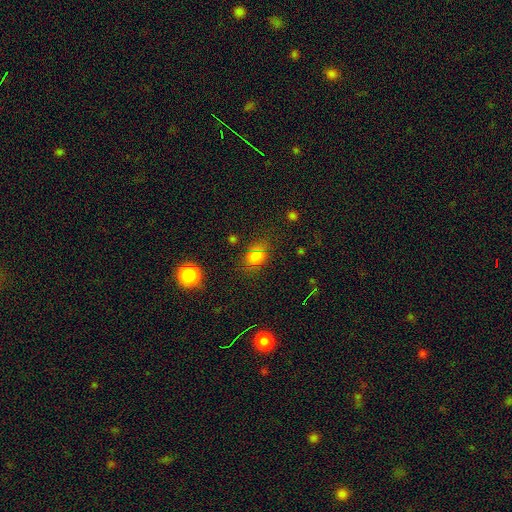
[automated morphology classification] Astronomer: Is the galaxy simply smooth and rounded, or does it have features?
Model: smooth — 73%.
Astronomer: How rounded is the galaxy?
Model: in between — 72%.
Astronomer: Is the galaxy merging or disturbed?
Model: none — 75%.